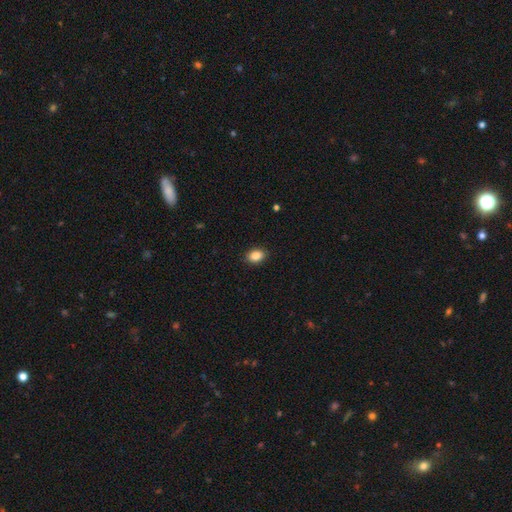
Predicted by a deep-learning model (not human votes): This is clearly a smooth galaxy (87%). How rounded: likely in between (76%). Merging: clearly none (90%).